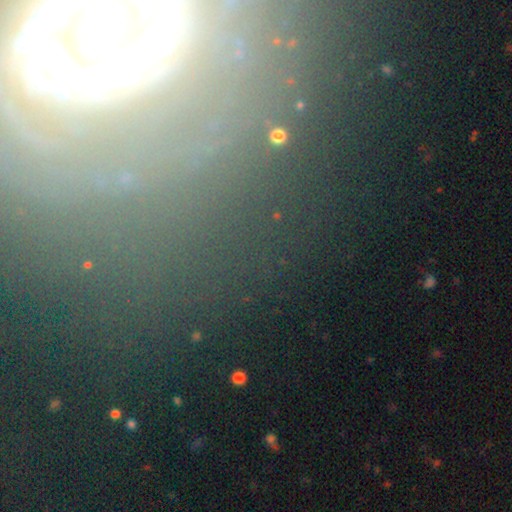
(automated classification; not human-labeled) A featured or disk galaxy (46%).

Vote fractions:
- Smooth or featured? featured or disk: 46% / star or artifact: 35% / smooth: 19%
- Merging? none: 76% / minor disturbance: 11% / major disturbance: 8% / merger: 5%